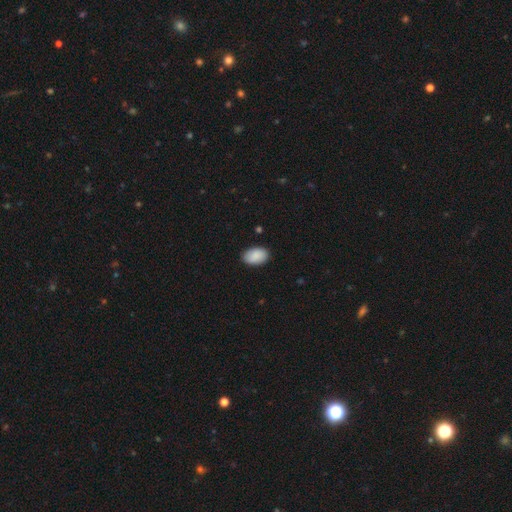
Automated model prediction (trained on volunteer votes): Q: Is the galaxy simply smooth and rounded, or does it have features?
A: smooth — 90%.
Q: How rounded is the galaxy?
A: in between — 91%.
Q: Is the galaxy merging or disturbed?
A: none — 87%.